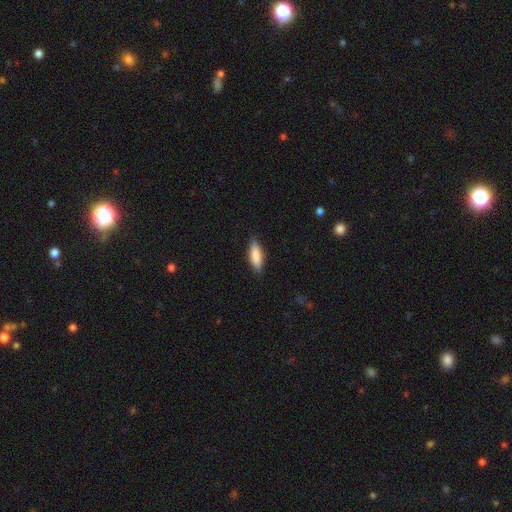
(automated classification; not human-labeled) A smooth galaxy with no disk features (82%) that is in between round and cigar-shaped (51%).

Vote fractions:
- Smooth or featured? smooth: 82% / featured or disk: 12% / star or artifact: 6%
- How rounded? in between: 51% / cigar-shaped: 48% / round: 2%
- Merging? none: 85% / minor disturbance: 11% / major disturbance: 2% / merger: 1%